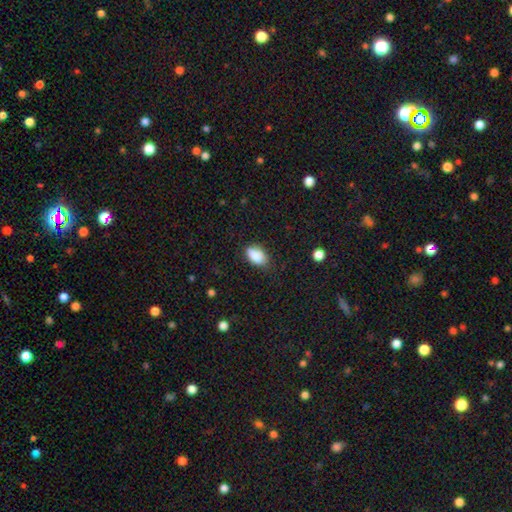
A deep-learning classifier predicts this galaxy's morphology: Overall: smooth (87%). How rounded: in between (91%). Merging: none (71%).